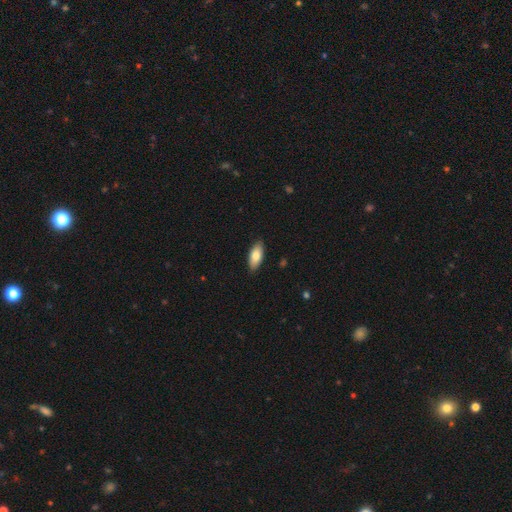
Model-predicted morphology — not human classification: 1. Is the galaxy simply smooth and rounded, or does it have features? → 81% smooth, 14% featured or disk, 6% star or artifact.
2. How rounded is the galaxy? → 86% in between, 12% cigar-shaped, 2% round.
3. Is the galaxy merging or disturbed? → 89% none, 9% minor disturbance, 2% major disturbance, 1% merger.